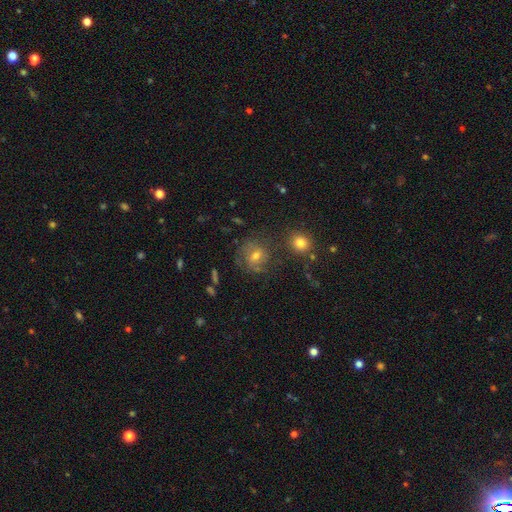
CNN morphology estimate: type=smooth (52%); roundness=round (75%); merging=none (65%).